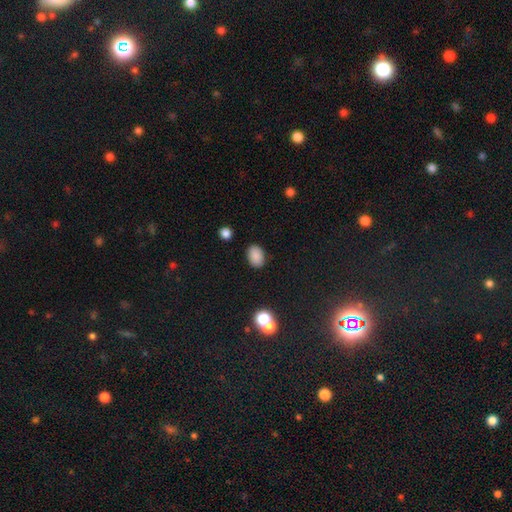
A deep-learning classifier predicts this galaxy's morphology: This appears to be a smooth galaxy with no disk features (87%) that is in between round and cigar-shaped (84%). Merging: none (86%).